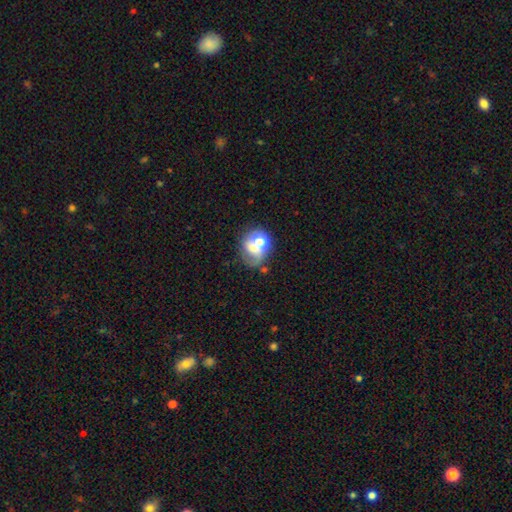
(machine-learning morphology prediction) Smooth or featured? Predicted: smooth (p=0.45). Merging? Predicted: merger (p=0.41).